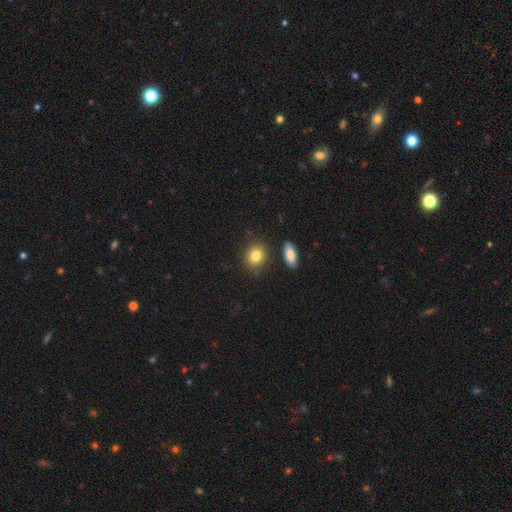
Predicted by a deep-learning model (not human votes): Smooth or featured? Predicted: smooth (p=0.84). How rounded? Predicted: round (p=0.59). Merging? Predicted: none (p=0.81).